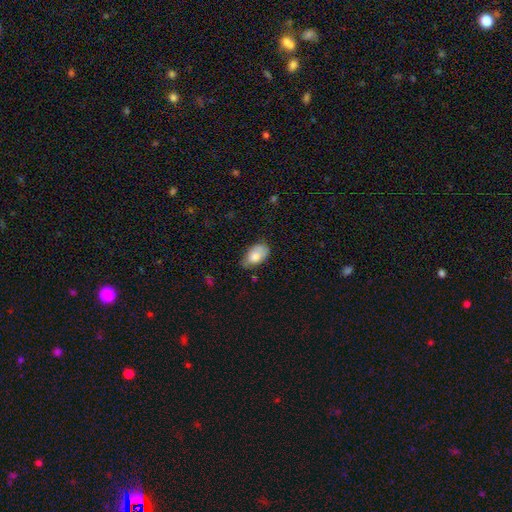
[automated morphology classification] Smooth or featured? Predicted: smooth (p=0.80). How rounded? Predicted: in between (p=0.92). Merging? Predicted: none (p=0.54).